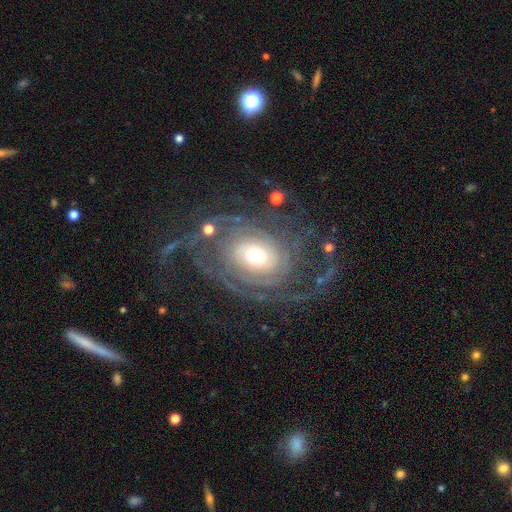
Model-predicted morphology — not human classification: featured or disk 88%, smooth 6%, star or artifact 6%. Down the decision tree: edge-on disk — no (97%); bar — no (70%); spiral arms — yes (96%); spiral arm count — can't tell (27%); spiral winding — tight (61%); bulge size — moderate (61%); merging — none (63%).